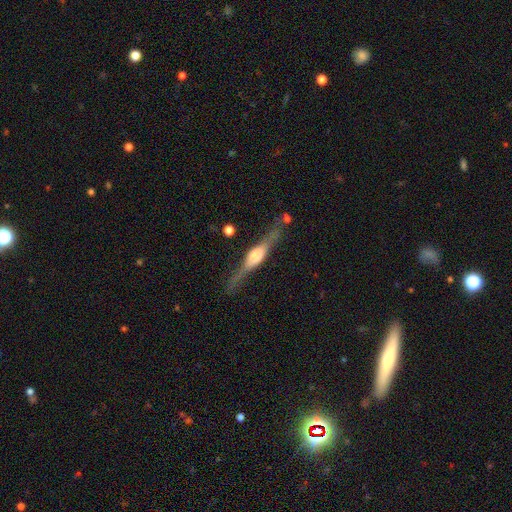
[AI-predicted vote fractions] Q: Smooth or featured?
A: featured or disk (79%); runner-up: smooth (15%)
Q: Edge-on disk?
A: yes (96%); runner-up: no (4%)
Q: Edge-on bulge?
A: rounded (72%); runner-up: boxy (25%)
Q: Merging?
A: none (77%); runner-up: minor disturbance (15%)